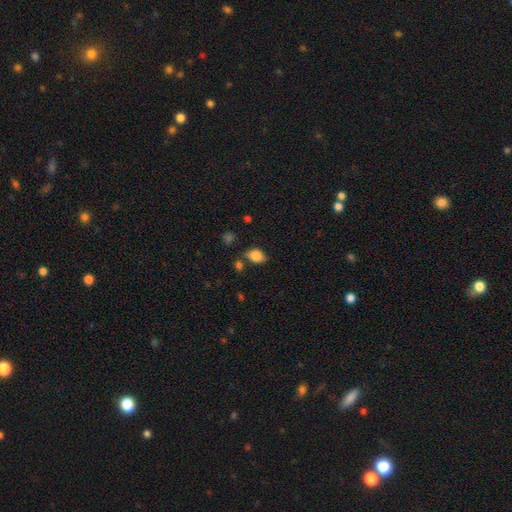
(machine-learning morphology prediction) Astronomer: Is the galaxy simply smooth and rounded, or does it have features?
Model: smooth — 84%.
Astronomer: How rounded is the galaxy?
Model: in between — 82%.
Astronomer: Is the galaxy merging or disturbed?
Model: none — 65%.